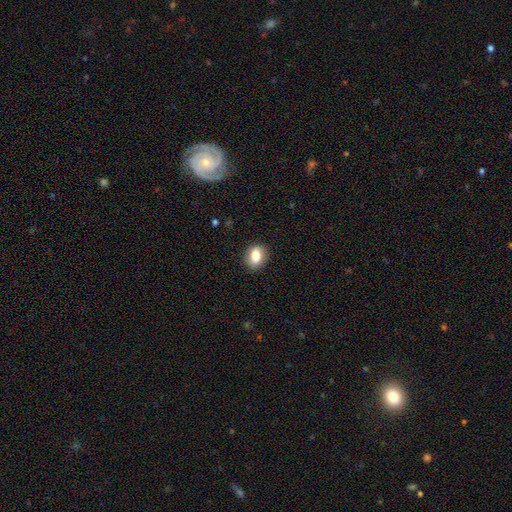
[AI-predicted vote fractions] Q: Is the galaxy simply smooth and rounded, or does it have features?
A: smooth — 76%.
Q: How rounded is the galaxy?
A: in between — 58%.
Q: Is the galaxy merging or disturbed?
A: none — 86%.